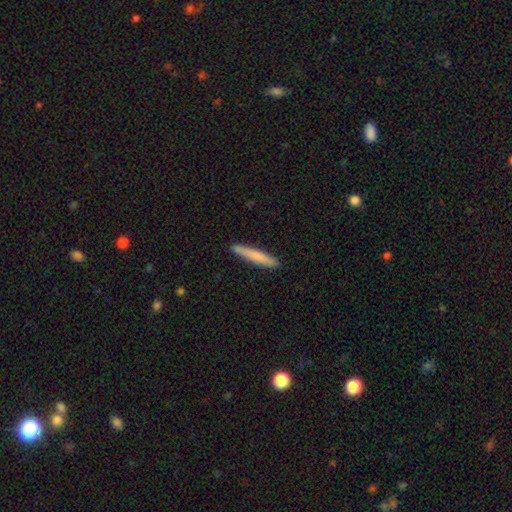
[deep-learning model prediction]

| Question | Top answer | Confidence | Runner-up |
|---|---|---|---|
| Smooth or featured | smooth | 72% | featured or disk (23%) |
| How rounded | cigar-shaped | 95% | in between (4%) |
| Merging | none | 88% | minor disturbance (9%) |